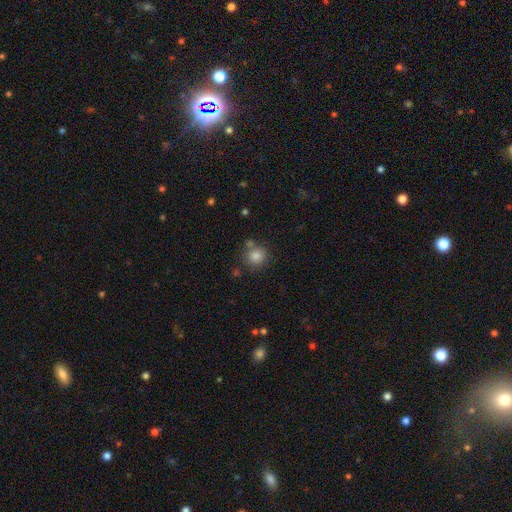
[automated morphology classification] smooth-or-featured: smooth: 82% | star or artifact: 12% | featured or disk: 6%
  how-rounded: round: 90% | in between: 9% | cigar-shaped: 1%
  merging: none: 73% | merger: 12% | minor disturbance: 11% | major disturbance: 4%